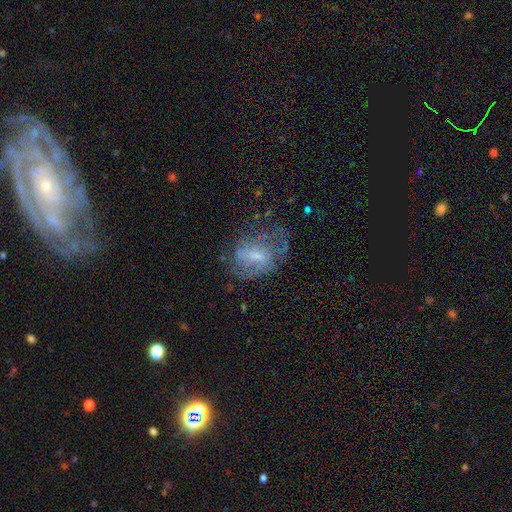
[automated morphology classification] Overall: featured or disk (60%; smooth 28%). Edge-on disk: no (96%). Bar: weak (47%; no 40%). Spiral arms: yes (63%; no 37%). Bulge size: small (47%; moderate 34%). Merging: none (50%; major disturbance 25%).